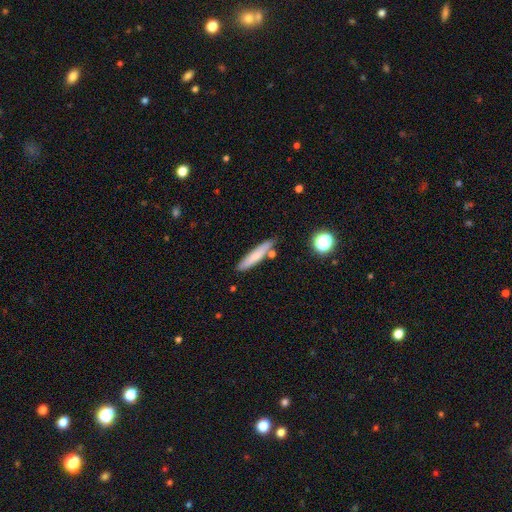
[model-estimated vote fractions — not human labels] smooth 71%, featured or disk 21%, star or artifact 7%. Down the decision tree: how rounded — cigar-shaped (87%); merging — none (77%).